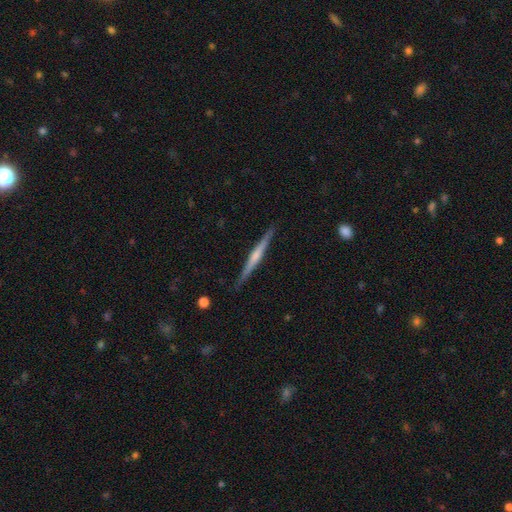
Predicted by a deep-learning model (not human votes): Smooth or featured? Predicted: featured or disk (p=0.65). Edge-on disk? Predicted: yes (p=0.98). Edge-on bulge? Predicted: rounded (p=0.53). Merging? Predicted: none (p=0.90).